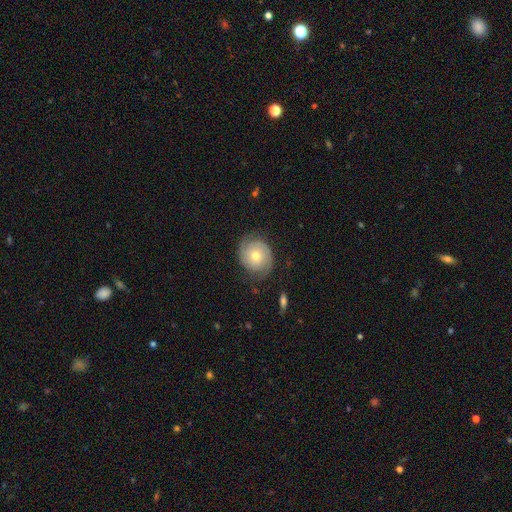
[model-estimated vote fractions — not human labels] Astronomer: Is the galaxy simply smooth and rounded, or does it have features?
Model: featured or disk — 73%.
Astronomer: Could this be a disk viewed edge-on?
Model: no — 97%.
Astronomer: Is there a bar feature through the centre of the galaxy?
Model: no — 77%.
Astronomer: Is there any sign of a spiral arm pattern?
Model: yes — 93%.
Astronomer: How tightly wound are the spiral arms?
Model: tight — 60%.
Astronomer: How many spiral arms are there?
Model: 2 — 79%.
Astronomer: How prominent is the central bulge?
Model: moderate — 59% (runner-up: small, 36%).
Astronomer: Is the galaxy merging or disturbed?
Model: none — 76%.